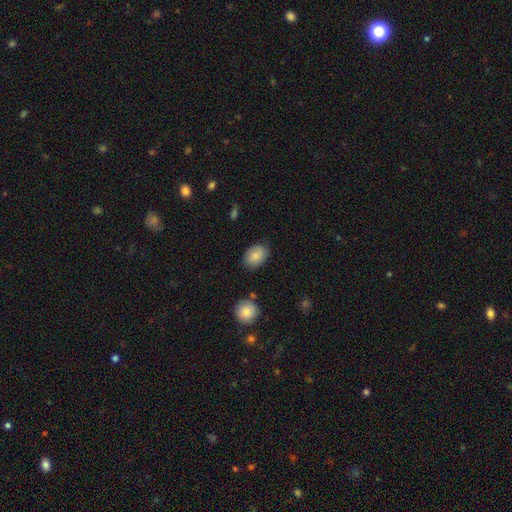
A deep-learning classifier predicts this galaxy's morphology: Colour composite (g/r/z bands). It shows a smooth galaxy with no disk features (79%) that is in between round and cigar-shaped (75%). Merging: none (76%).